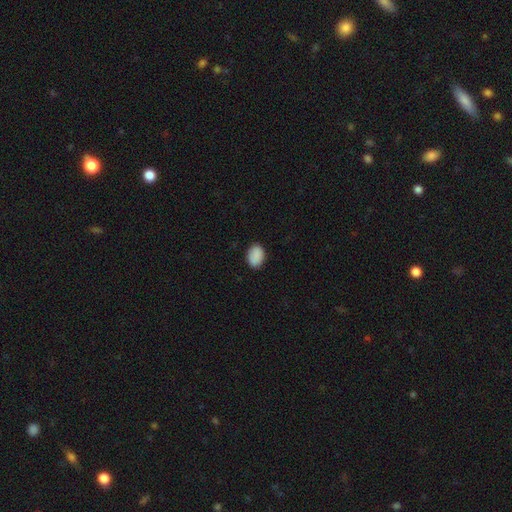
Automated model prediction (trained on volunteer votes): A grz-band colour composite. It shows a smooth galaxy with no disk features (88%) that is in between round and cigar-shaped (78%). Merging: none (84%).